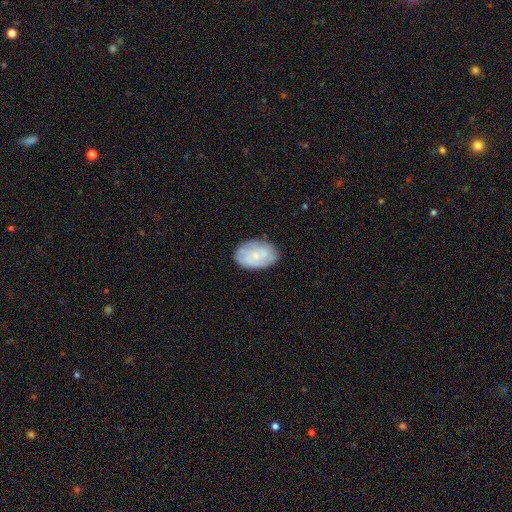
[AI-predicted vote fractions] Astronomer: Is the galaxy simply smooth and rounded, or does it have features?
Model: featured or disk — 51% (runner-up: smooth, 42%).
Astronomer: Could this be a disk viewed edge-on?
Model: no — 96%.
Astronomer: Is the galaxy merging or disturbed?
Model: none — 79%.